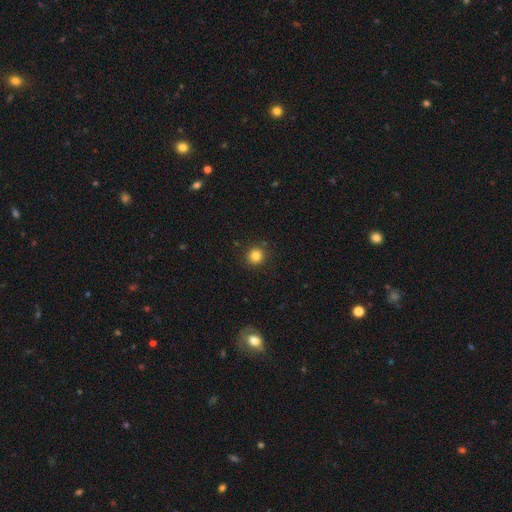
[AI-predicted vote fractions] smooth_or_featured: smooth (p=0.83) [alt: star or artifact p=0.12]
how_rounded: round (p=0.94) [alt: in between p=0.05]
merging: none (p=0.90) [alt: minor disturbance p=0.06]